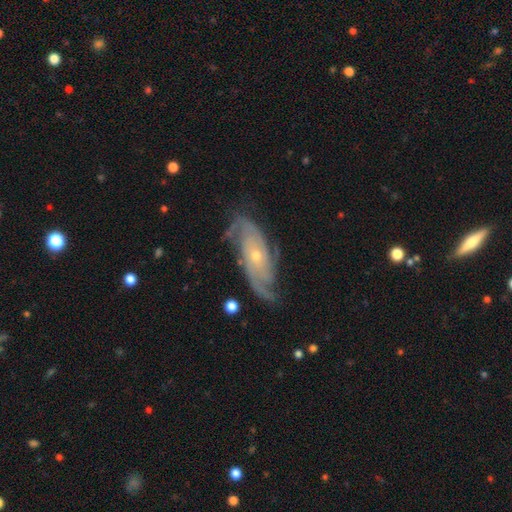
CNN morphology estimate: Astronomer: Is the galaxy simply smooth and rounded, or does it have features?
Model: featured or disk — 89%.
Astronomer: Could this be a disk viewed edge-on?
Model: no — 93%.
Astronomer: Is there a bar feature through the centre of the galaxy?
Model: no — 74%.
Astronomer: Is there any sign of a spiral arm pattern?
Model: yes — 97%.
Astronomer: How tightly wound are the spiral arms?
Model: tight — 47% (runner-up: medium, 40%).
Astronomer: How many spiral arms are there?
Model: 2 — 36% (runner-up: 3, 27%).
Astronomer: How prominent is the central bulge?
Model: small — 69%.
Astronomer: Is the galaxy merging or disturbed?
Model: none — 73%.